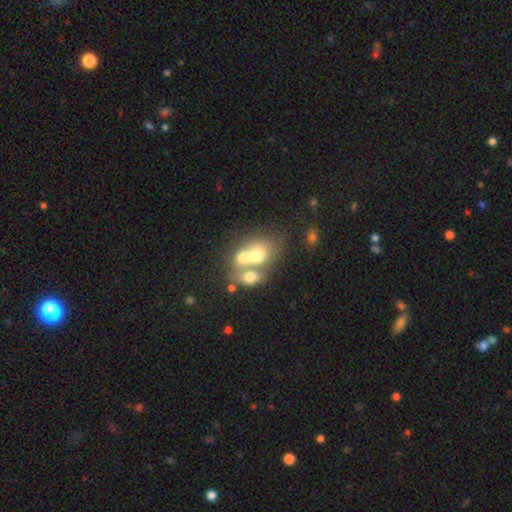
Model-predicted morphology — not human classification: smooth-or-featured: smooth: 60% | featured or disk: 28% | star or artifact: 11%
  how-rounded: in between: 57% | round: 41% | cigar-shaped: 1%
  merging: merger: 69% | none: 19% | minor disturbance: 7% | major disturbance: 5%